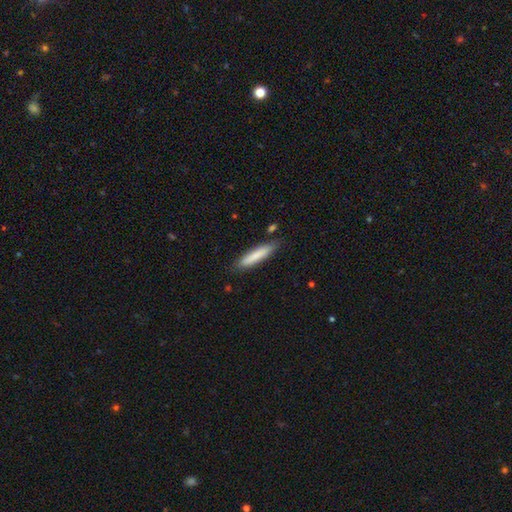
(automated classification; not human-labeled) Smooth or featured: smooth — 80% (featured or disk — 14%)
How rounded: cigar-shaped — 87% (in between — 12%)
Merging: none — 82% (minor disturbance — 13%)